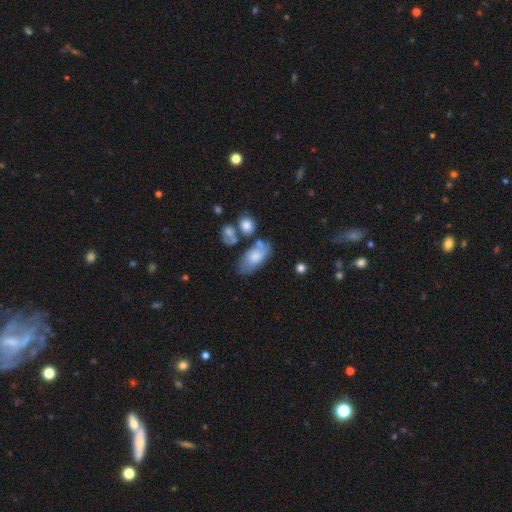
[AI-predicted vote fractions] smooth_or_featured: smooth (p=0.68) [alt: featured or disk p=0.25]
how_rounded: in between (p=0.90) [alt: cigar-shaped p=0.06]
merging: none (p=0.51) [alt: minor disturbance p=0.24]